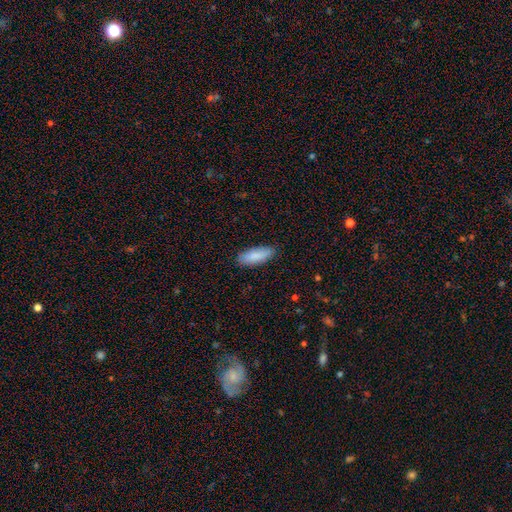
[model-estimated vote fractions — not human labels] This is clearly a smooth galaxy (86%). How rounded: likely in between (65%). Merging: clearly none (86%).